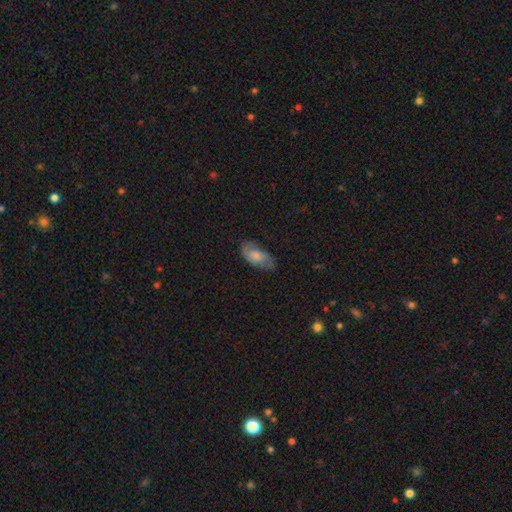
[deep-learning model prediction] Overall: smooth (65%; featured or disk 28%). How rounded: in between (91%). Merging: none (63%; minor disturbance 27%).